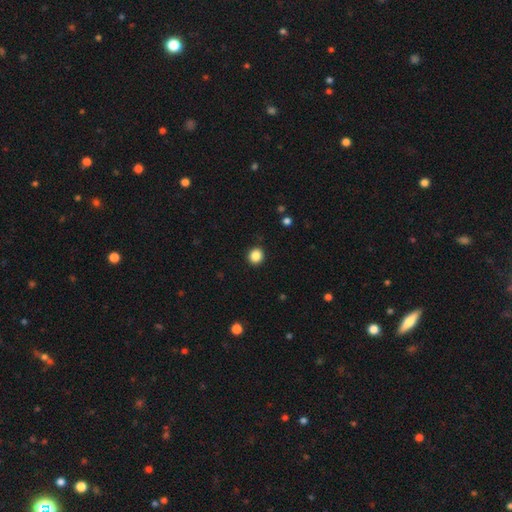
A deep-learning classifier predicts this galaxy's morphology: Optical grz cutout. It shows a smooth galaxy with no disk features (86%) that is round (88%). Merging: none (92%).